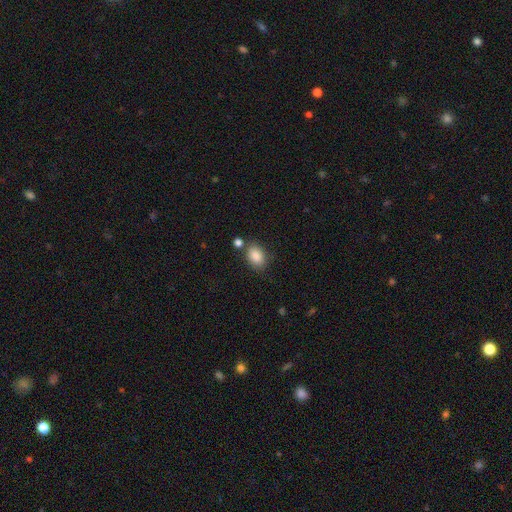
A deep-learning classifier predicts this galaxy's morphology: smooth 87%, star or artifact 8%, featured or disk 5%. Down the decision tree: how rounded — in between (82%); merging — none (71%).